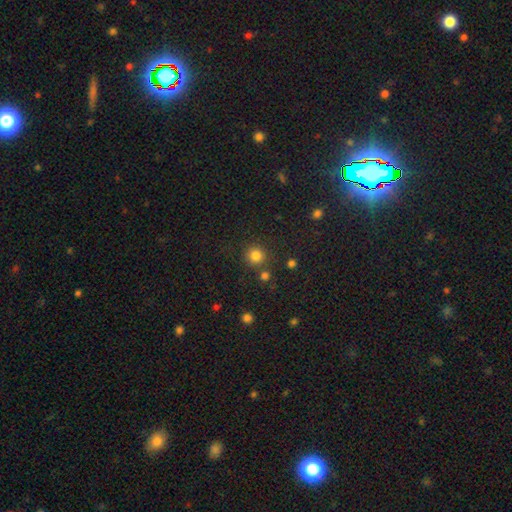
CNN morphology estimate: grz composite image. It shows a smooth galaxy with no disk features (82%) that is round (93%). Merging: none (81%).